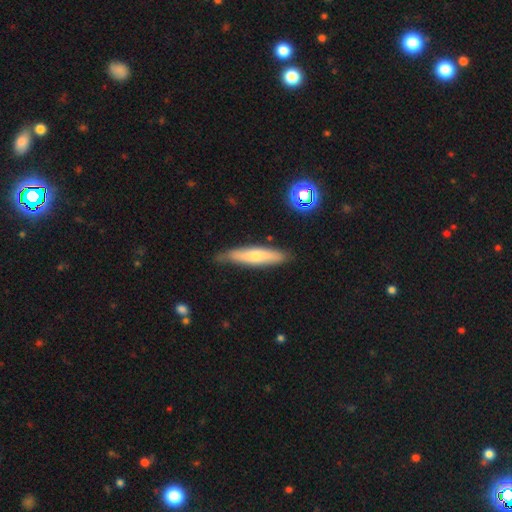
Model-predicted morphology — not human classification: Overall: smooth (57%; featured or disk 36%). How rounded: cigar-shaped (79%). Merging: none (77%).